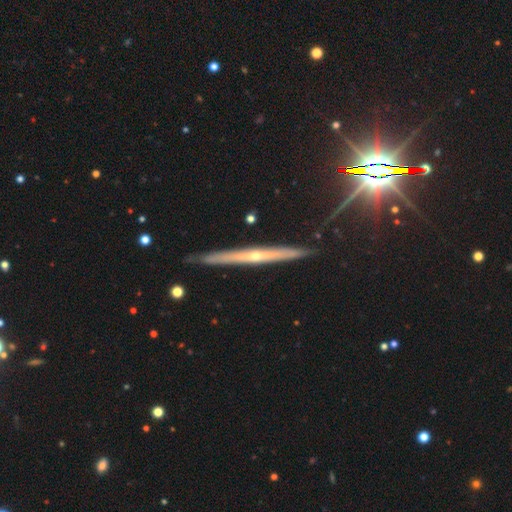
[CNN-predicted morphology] Overall: featured or disk (75%). Edge-on disk: yes (97%). Edge-on bulge: rounded (64%; none 32%). Merging: none (87%).